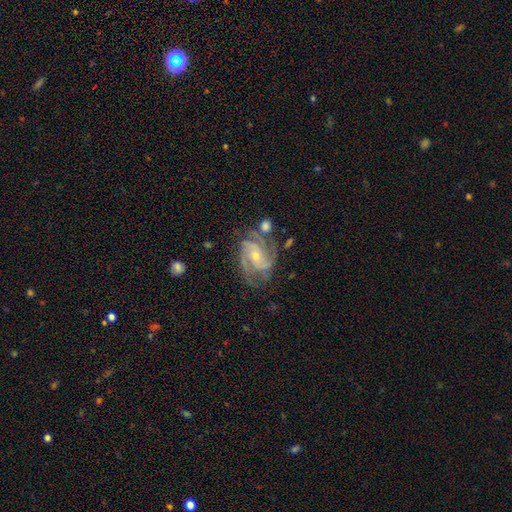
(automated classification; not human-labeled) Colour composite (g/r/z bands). It shows a featured or disk galaxy (89%) with no bar (50%), 3 (36%) medium (48%) spiral arms (97%) and a small central bulge (65%). Merging: none (63%).